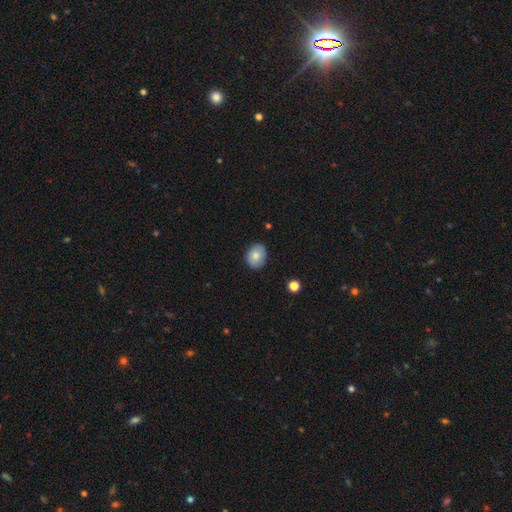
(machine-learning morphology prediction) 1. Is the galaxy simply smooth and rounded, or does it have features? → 79% smooth, 13% featured or disk, 8% star or artifact.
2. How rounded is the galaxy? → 52% round, 47% in between, 1% cigar-shaped.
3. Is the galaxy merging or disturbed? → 85% none, 12% minor disturbance, 2% major disturbance, 1% merger.